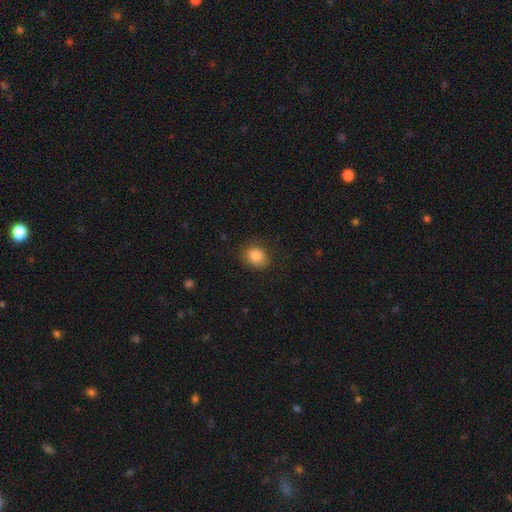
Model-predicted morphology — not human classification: Smooth or featured? Predicted: smooth (p=0.86). How rounded? Predicted: round (p=0.55). Merging? Predicted: none (p=0.82).